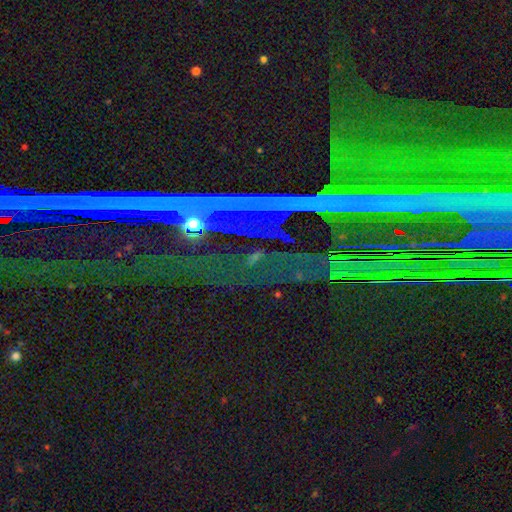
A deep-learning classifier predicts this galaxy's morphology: type=star or artifact (87%).